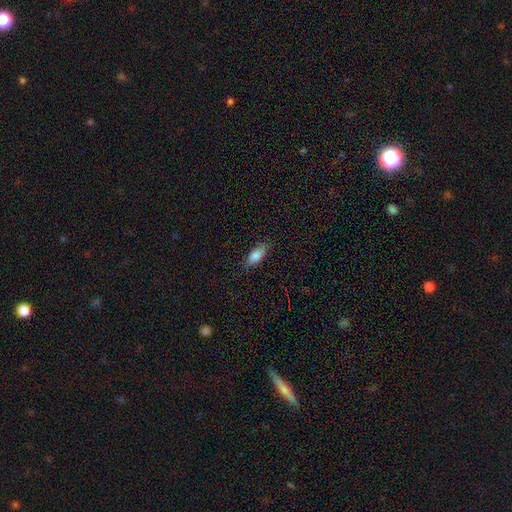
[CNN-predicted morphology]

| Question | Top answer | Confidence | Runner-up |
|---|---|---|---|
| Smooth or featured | smooth | 83% | featured or disk (9%) |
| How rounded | in between | 83% | cigar-shaped (15%) |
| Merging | none | 80% | minor disturbance (16%) |